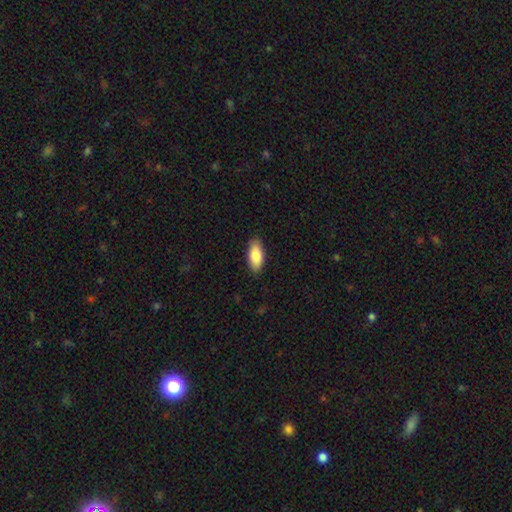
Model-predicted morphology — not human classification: A smooth galaxy with no disk features (84%) that is in between round and cigar-shaped (88%).

Vote fractions:
- Smooth or featured? smooth: 84% / featured or disk: 10% / star or artifact: 6%
- How rounded? in between: 88% / cigar-shaped: 9% / round: 2%
- Merging? none: 87% / minor disturbance: 10% / major disturbance: 2% / merger: 1%